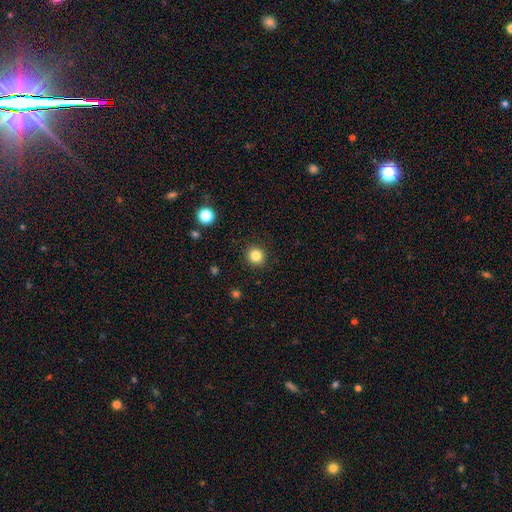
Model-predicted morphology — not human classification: Smooth or featured? smooth (83%)
How rounded? round (91%)
Merging? none (91%)